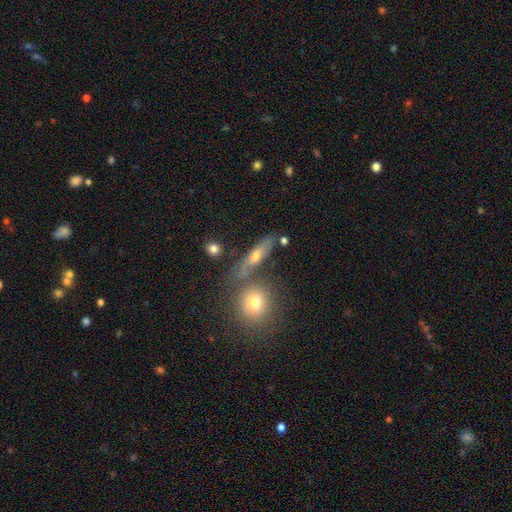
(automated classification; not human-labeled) smooth_or_featured: featured or disk (p=0.44) [alt: smooth p=0.42]
merging: none (p=0.68) [alt: merger p=0.14]